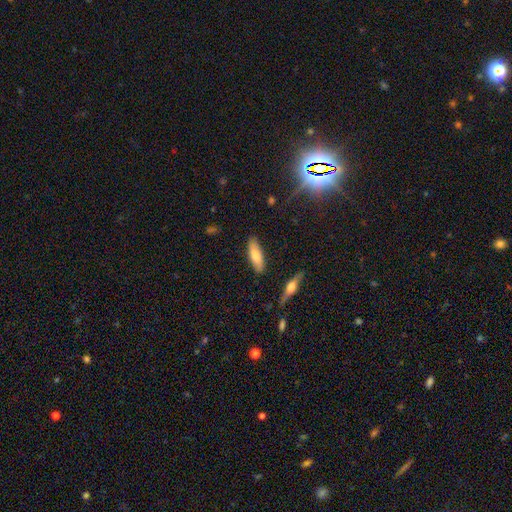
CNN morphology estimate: A smooth galaxy with no disk features (74%) that is in between round and cigar-shaped (50%). Merging: none (84%).